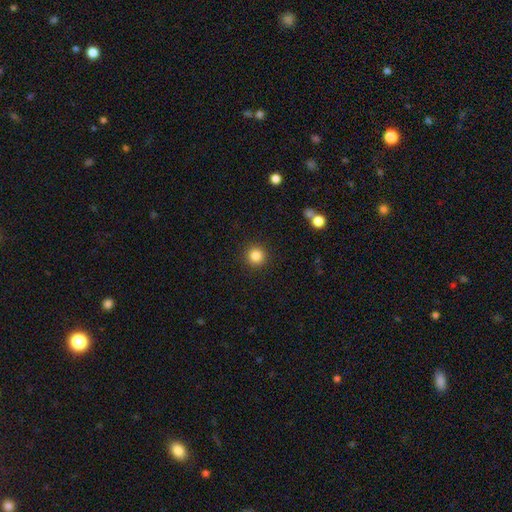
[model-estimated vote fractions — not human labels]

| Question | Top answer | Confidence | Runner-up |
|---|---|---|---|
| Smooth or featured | smooth | 85% | star or artifact (11%) |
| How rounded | round | 94% | in between (5%) |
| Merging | none | 92% | minor disturbance (5%) |